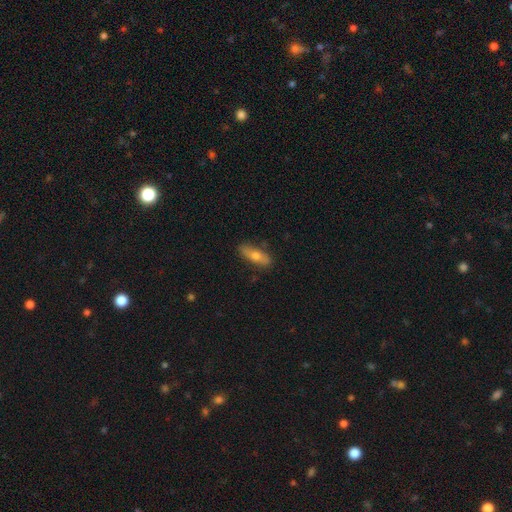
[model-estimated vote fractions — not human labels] Smooth or featured? smooth (58%)
How rounded? in between (53%)
Merging? none (80%)